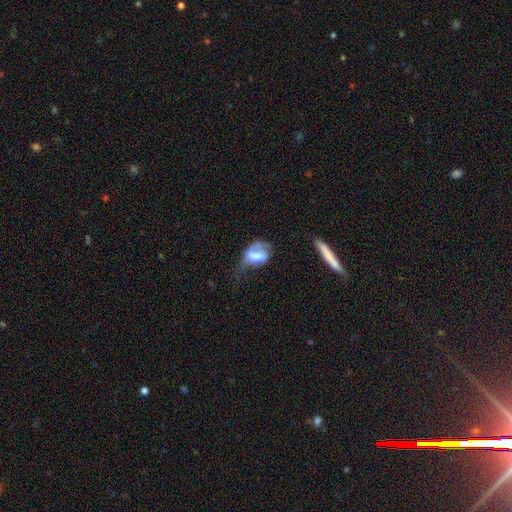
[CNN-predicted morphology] This is possibly a smooth galaxy (59%). How rounded: likely in between (79%). Merging: marginally major disturbance (40%).